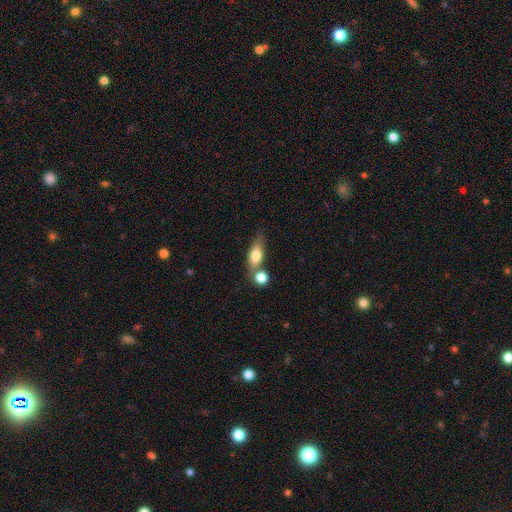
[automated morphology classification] Overall: smooth (73%). How rounded: in between (66%). Merging: none (43%; merger 38%).